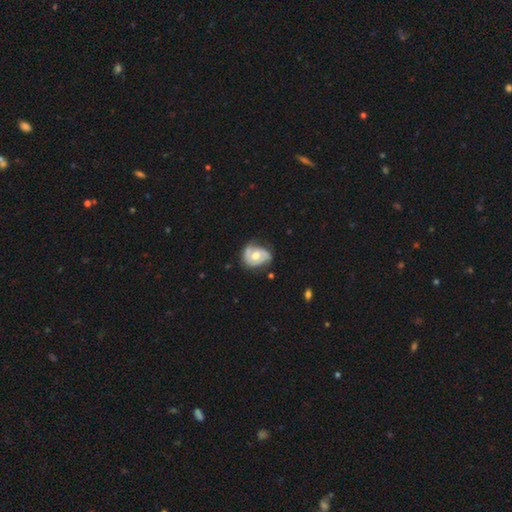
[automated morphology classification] A featured or disk galaxy (73%) with no bar (62%), 2 (75%) tight (45%) spiral arms (85%) and a moderate central bulge (74%). Merging: none (59%).